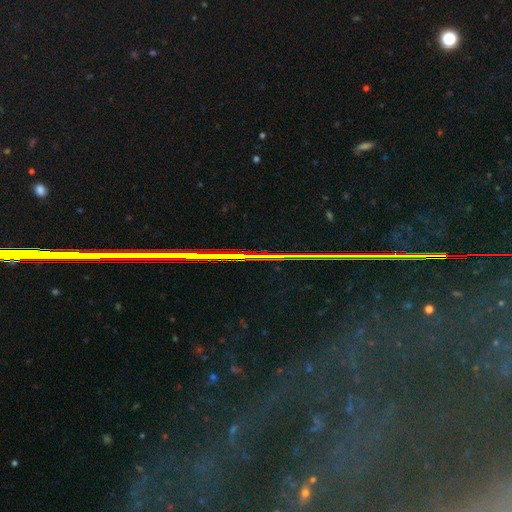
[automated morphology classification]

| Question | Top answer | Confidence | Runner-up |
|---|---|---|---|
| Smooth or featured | star or artifact | 80% | featured or disk (12%) |